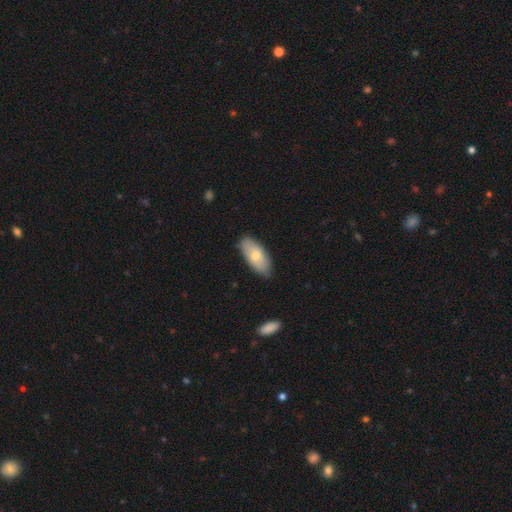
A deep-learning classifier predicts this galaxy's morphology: A smooth galaxy with no disk features (69%) that is in between round and cigar-shaped (89%).

Vote fractions:
- Smooth or featured? smooth: 69% / featured or disk: 25% / star or artifact: 6%
- How rounded? in between: 89% / cigar-shaped: 9% / round: 2%
- Merging? none: 80% / minor disturbance: 16% / major disturbance: 3% / merger: 1%